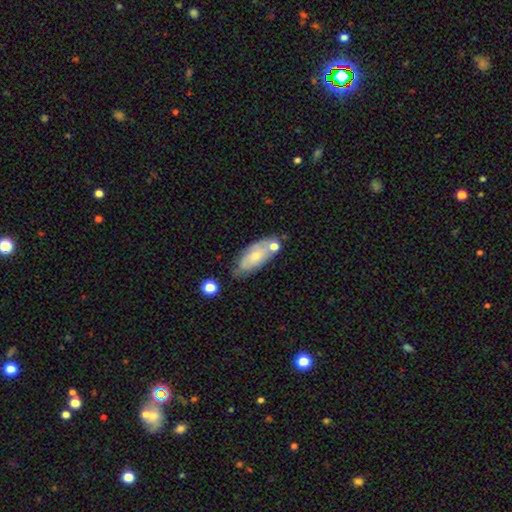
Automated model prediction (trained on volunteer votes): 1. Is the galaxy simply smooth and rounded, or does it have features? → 56% smooth, 37% featured or disk, 7% star or artifact.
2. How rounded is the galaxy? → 84% in between, 13% cigar-shaped, 3% round.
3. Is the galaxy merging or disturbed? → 54% none, 24% minor disturbance, 15% merger, 7% major disturbance.